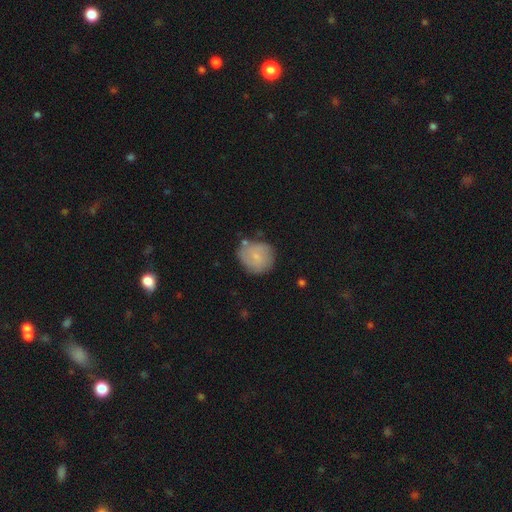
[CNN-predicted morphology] smooth_or_featured: smooth (p=0.61) [alt: featured or disk p=0.32]
how_rounded: round (p=0.85) [alt: in between p=0.14]
merging: none (p=0.72) [alt: minor disturbance p=0.18]